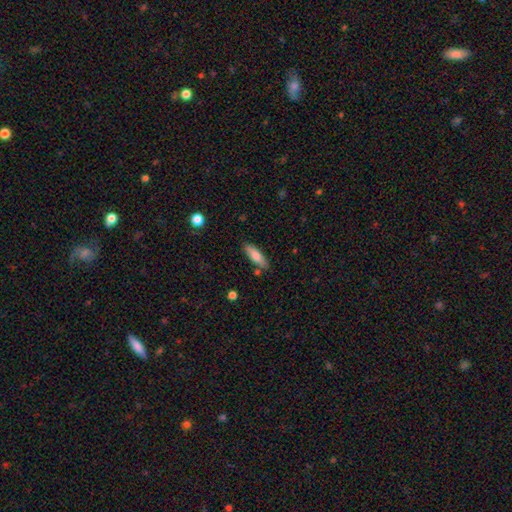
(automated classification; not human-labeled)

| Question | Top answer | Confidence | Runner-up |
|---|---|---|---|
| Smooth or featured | smooth | 76% | featured or disk (18%) |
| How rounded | in between | 49% | tied: cigar-shaped (49%) |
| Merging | none | 81% | minor disturbance (12%) |